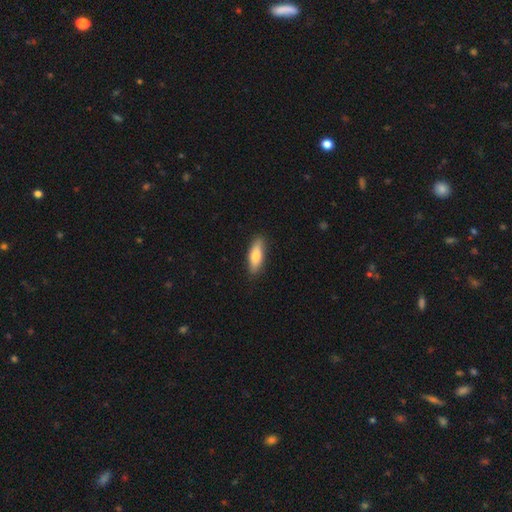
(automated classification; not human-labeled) A smooth galaxy with no disk features (74%) that is in between round and cigar-shaped (56%). Merging: none (87%).